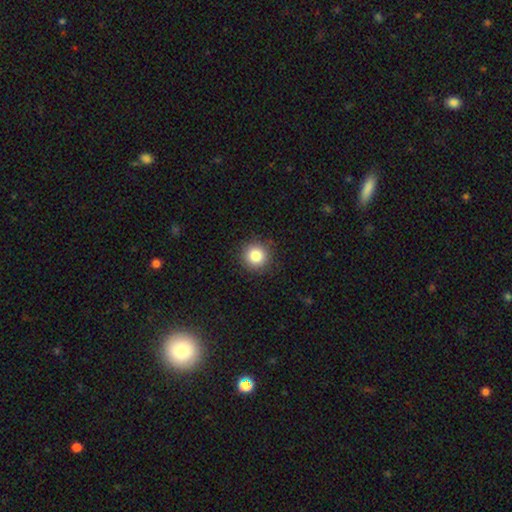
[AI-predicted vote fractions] Morphology: type=smooth (83%); roundness=round (94%); merging=none (90%).